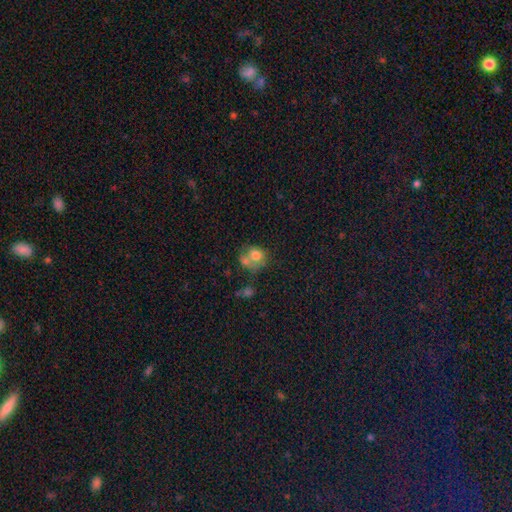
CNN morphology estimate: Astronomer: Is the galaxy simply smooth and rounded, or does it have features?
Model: smooth — 71%.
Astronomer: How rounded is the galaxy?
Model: round — 62% (runner-up: in between, 37%).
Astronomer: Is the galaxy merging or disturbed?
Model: merger — 51% (runner-up: none, 28%).